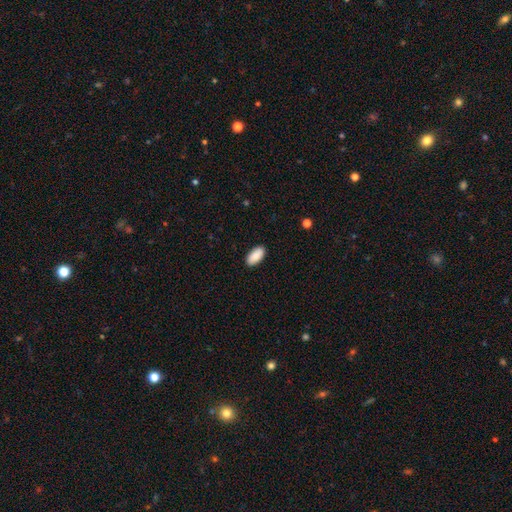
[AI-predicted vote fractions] This appears to be a smooth galaxy with no disk features (90%) that is in between round and cigar-shaped (94%). Merging: none (89%).